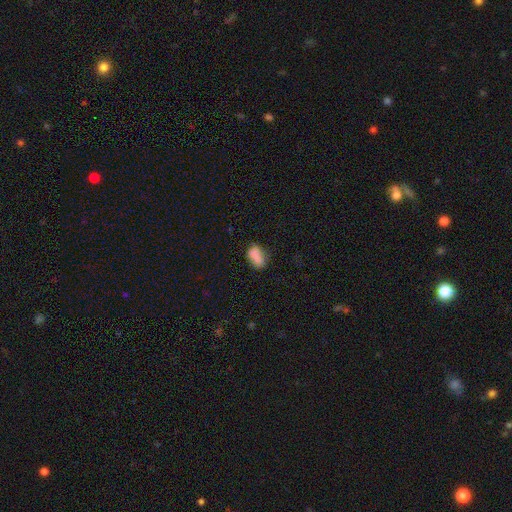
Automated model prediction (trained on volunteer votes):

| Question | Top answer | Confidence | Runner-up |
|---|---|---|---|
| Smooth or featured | smooth | 83% | star or artifact (9%) |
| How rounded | in between | 89% | round (7%) |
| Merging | none | 60% | minor disturbance (26%) |